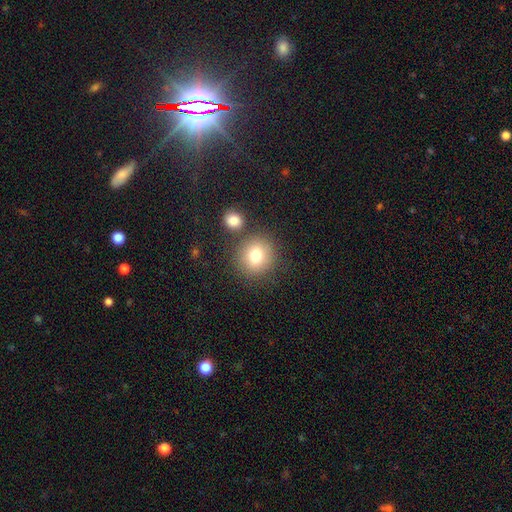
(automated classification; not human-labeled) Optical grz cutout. It shows a smooth galaxy with no disk features (79%) that is round (85%). Merging: none (75%).